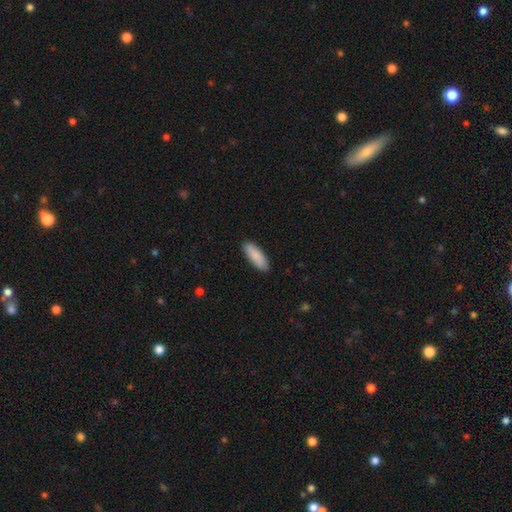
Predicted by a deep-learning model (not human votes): A smooth galaxy with no disk features (89%) that is in between round and cigar-shaped (61%).

Vote fractions:
- Smooth or featured? smooth: 89% / featured or disk: 6% / star or artifact: 5%
- How rounded? in between: 61% / cigar-shaped: 37% / round: 2%
- Merging? none: 89% / minor disturbance: 8% / major disturbance: 2% / merger: 1%